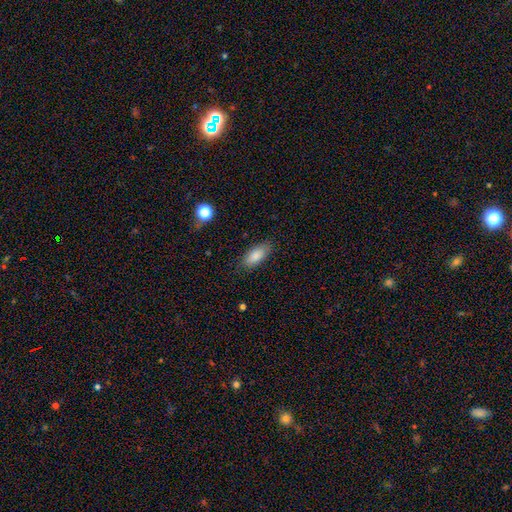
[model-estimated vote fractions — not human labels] The model was most divided on "how rounded": in between: 84%, cigar-shaped: 14%, round: 2%. More confident: smooth or featured — smooth (85%); merging — none (83%).